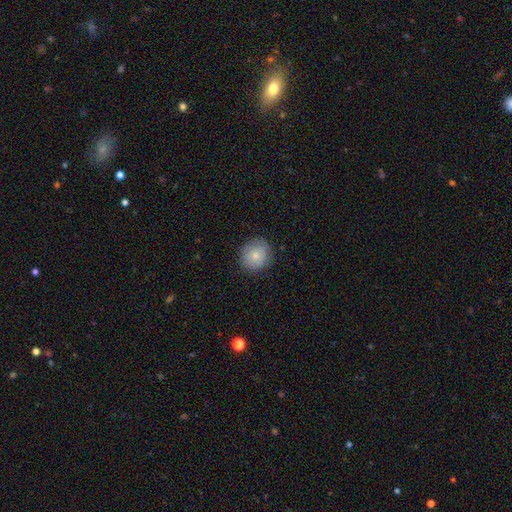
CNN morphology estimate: smooth-or-featured: smooth: 81% | featured or disk: 11% | star or artifact: 8%
  how-rounded: round: 87% | in between: 13% | cigar-shaped: 1%
  merging: none: 84% | minor disturbance: 12% | major disturbance: 3% | merger: 1%